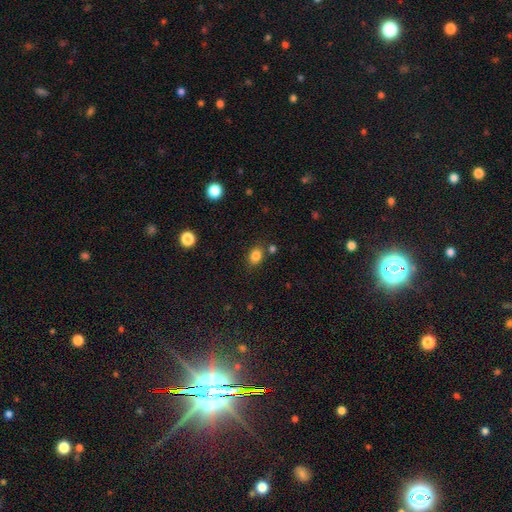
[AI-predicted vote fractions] Smooth or featured: smooth — 83% (star or artifact — 11%)
How rounded: in between — 59% (round — 40%)
Merging: none — 76% (minor disturbance — 13%)